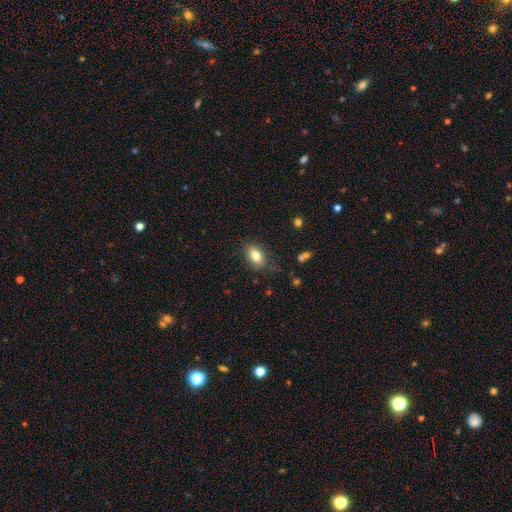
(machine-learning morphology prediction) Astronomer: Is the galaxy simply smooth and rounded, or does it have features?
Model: smooth — 81%.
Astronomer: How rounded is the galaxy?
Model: in between — 84%.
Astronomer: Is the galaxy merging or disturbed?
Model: none — 78%.